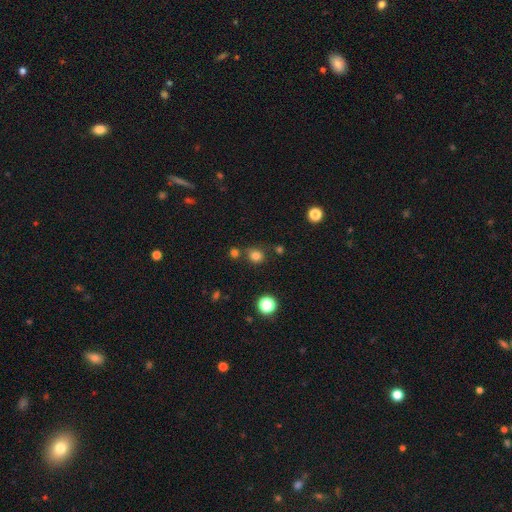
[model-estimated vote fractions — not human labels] A smooth galaxy with no disk features (78%) that is round (83%). Merging: none (75%).